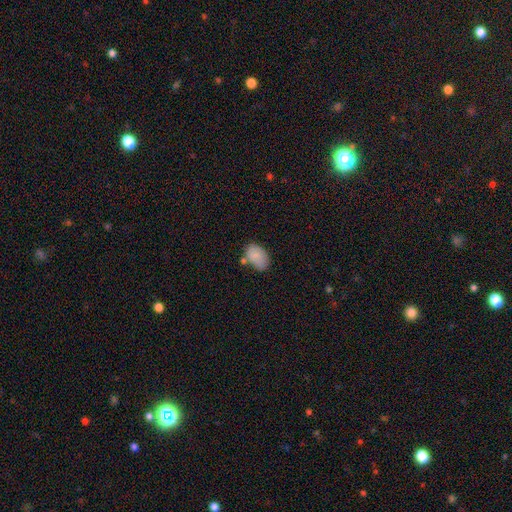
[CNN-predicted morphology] The model was most divided on "merging": none: 55%, minor disturbance: 27%, merger: 12%, major disturbance: 7%. More confident: how rounded — in between (87%); smooth or featured — smooth (82%).